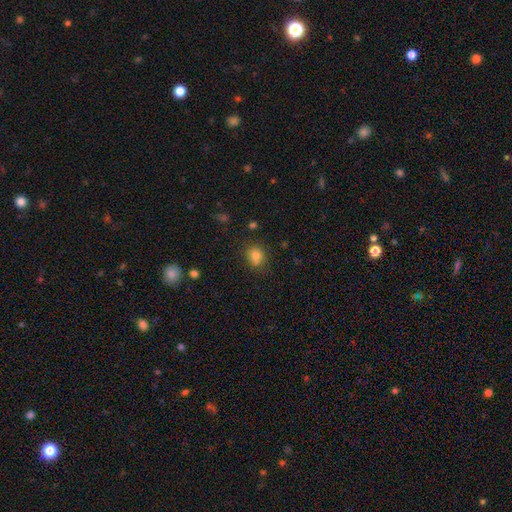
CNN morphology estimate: Overall: smooth (78%). How rounded: round (68%; in between 31%). Merging: none (62%).